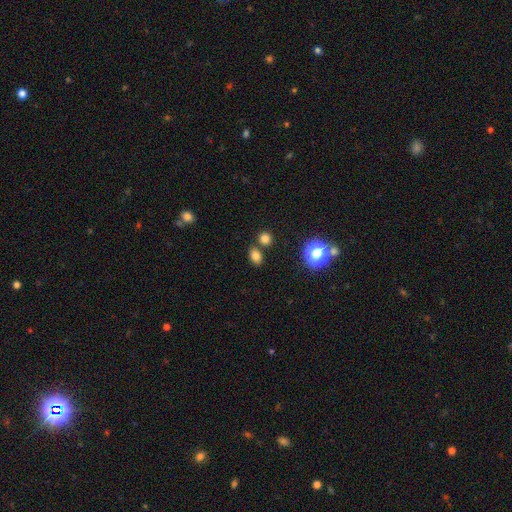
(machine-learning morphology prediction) Q: Smooth or featured?
A: smooth (77%); runner-up: star or artifact (16%)
Q: How rounded?
A: in between (67%); runner-up: round (32%)
Q: Merging?
A: none (71%); runner-up: merger (16%)